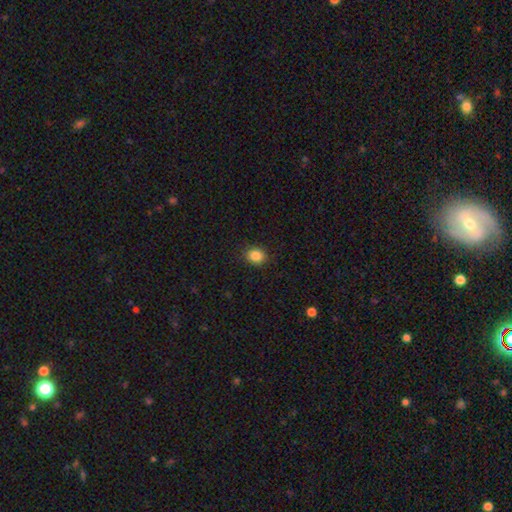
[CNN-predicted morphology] A smooth galaxy with no disk features (86%) that is round (59%).

Vote fractions:
- Smooth or featured? smooth: 86% / star or artifact: 10% / featured or disk: 4%
- How rounded? round: 59% / in between: 40% / cigar-shaped: 1%
- Merging? none: 89% / minor disturbance: 8% / major disturbance: 2% / merger: 1%